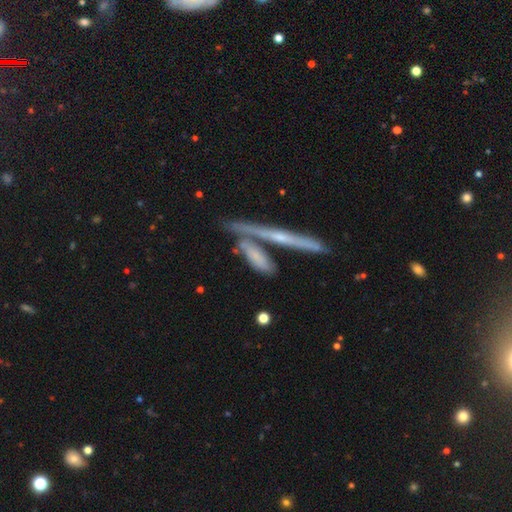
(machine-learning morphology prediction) This appears to be a smooth galaxy with no disk features (50%) that is cigar-shaped (73%). Merging: none (49%).